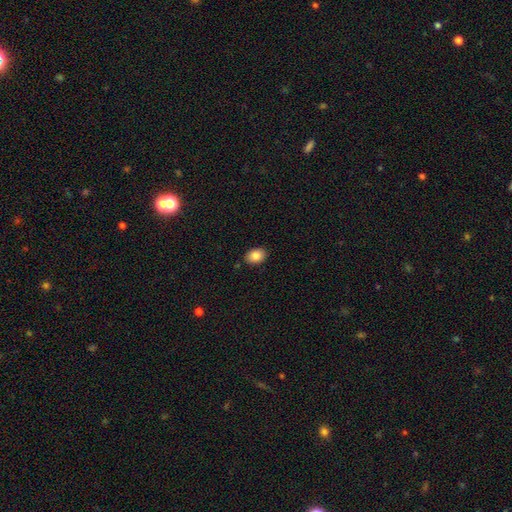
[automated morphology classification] A smooth galaxy with no disk features (85%) that is in between round and cigar-shaped (74%).

Vote fractions:
- Smooth or featured? smooth: 85% / star or artifact: 8% / featured or disk: 6%
- How rounded? in between: 74% / round: 25% / cigar-shaped: 1%
- Merging? none: 88% / minor disturbance: 9% / major disturbance: 2% / merger: 1%